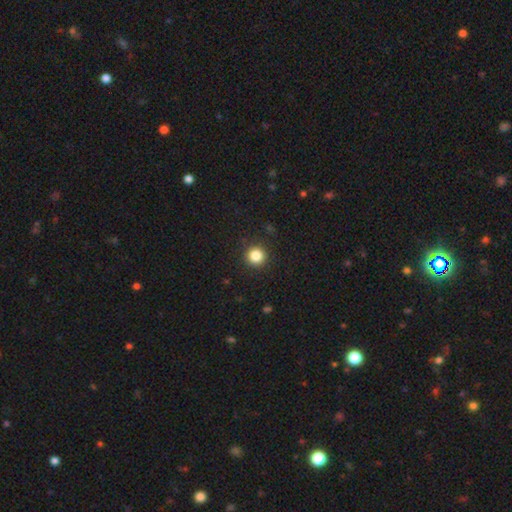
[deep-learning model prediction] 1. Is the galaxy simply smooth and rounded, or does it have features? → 84% smooth, 11% star or artifact, 4% featured or disk.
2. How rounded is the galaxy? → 95% round, 4% in between, 1% cigar-shaped.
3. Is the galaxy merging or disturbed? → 92% none, 5% minor disturbance, 2% major disturbance, 1% merger.